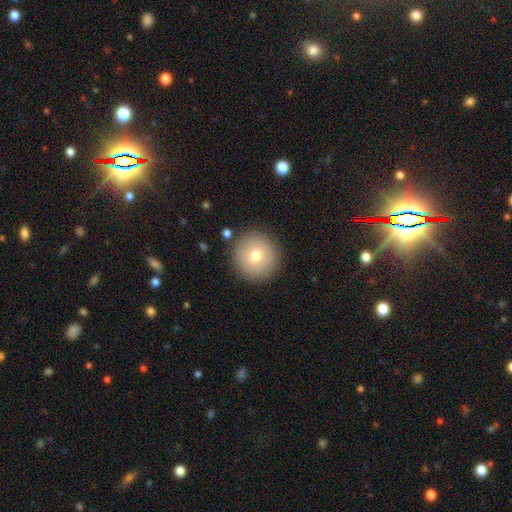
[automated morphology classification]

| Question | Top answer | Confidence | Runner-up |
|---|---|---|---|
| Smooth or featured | smooth | 74% | featured or disk (16%) |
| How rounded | round | 96% | in between (3%) |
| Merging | none | 89% | minor disturbance (7%) |